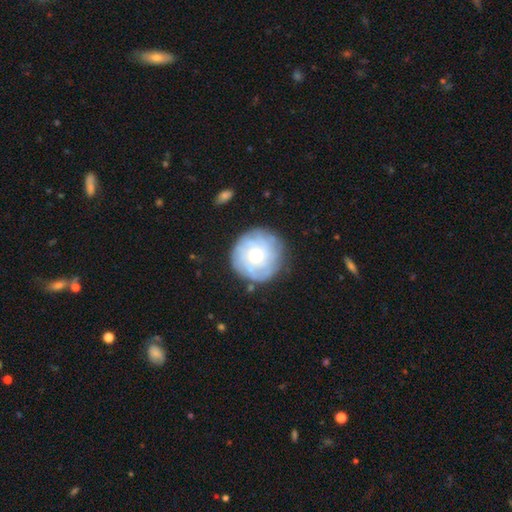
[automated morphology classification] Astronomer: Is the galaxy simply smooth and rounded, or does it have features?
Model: featured or disk — 57% (runner-up: smooth, 36%).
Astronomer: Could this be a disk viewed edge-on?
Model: no — 97%.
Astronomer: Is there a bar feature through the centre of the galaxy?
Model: no — 85%.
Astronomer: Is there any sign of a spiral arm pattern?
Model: yes — 70%.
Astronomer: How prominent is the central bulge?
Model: moderate — 63%.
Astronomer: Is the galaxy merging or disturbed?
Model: none — 82%.